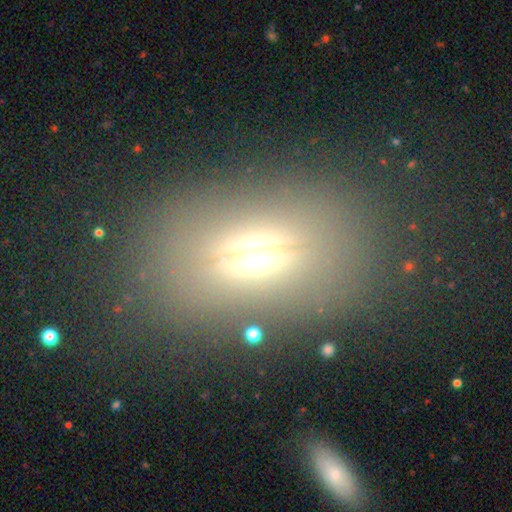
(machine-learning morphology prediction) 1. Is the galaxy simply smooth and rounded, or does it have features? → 44% featured or disk, 34% smooth, 22% star or artifact.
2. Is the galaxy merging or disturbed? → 77% none, 11% minor disturbance, 9% major disturbance, 2% merger.